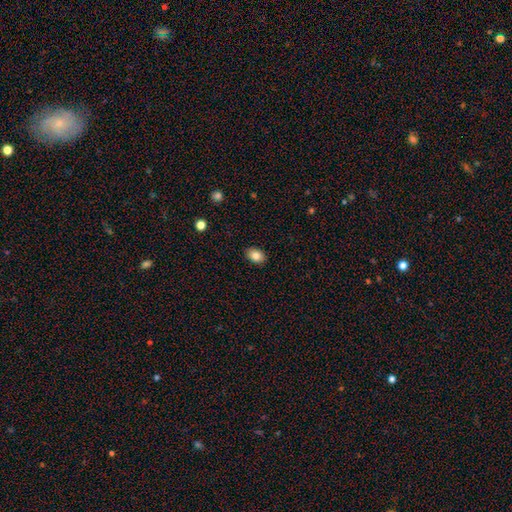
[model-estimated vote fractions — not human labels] Overall: smooth (84%). How rounded: in between (81%). Merging: none (89%).